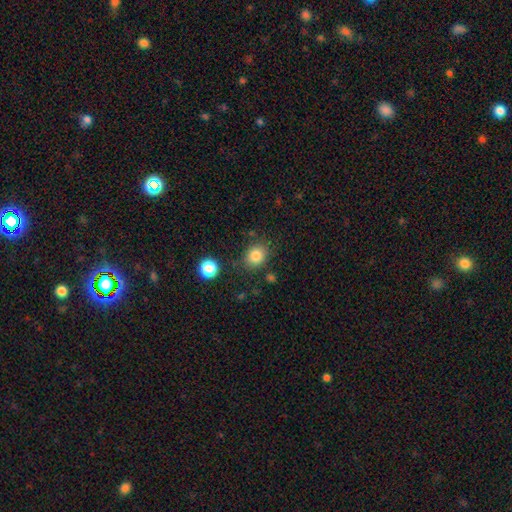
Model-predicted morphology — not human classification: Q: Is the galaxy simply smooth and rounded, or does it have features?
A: smooth — 83%.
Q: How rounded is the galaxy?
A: round — 64%.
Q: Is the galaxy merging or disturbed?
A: none — 78%.